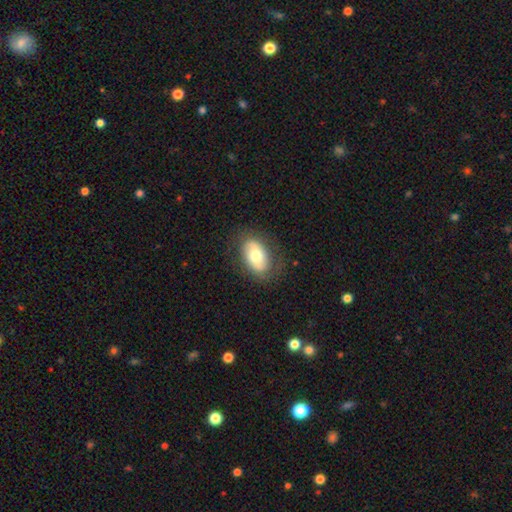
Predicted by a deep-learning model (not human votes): A smooth galaxy with no disk features (61%) that is in between round and cigar-shaped (88%).

Vote fractions:
- Smooth or featured? smooth: 61% / featured or disk: 32% / star or artifact: 7%
- How rounded? in between: 88% / round: 11% / cigar-shaped: 2%
- Merging? none: 79% / minor disturbance: 15% / major disturbance: 6% / merger: 1%